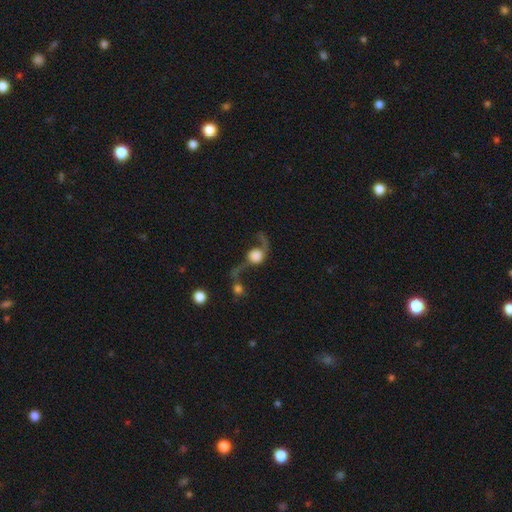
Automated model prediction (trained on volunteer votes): Morphology: type=featured or disk (61%); edge-on=no (93%); bar=no (77%); spiral arms=yes (86%); bulge=large (37%); merging=merger (31%).